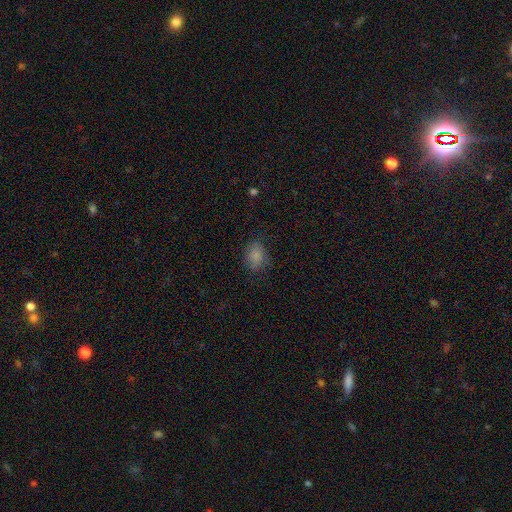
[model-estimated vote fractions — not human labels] A smooth galaxy with no disk features (83%) that is in between round and cigar-shaped (61%).

Vote fractions:
- Smooth or featured? smooth: 83% / star or artifact: 10% / featured or disk: 7%
- How rounded? in between: 61% / round: 38% / cigar-shaped: 1%
- Merging? none: 76% / minor disturbance: 18% / major disturbance: 6% / merger: 1%